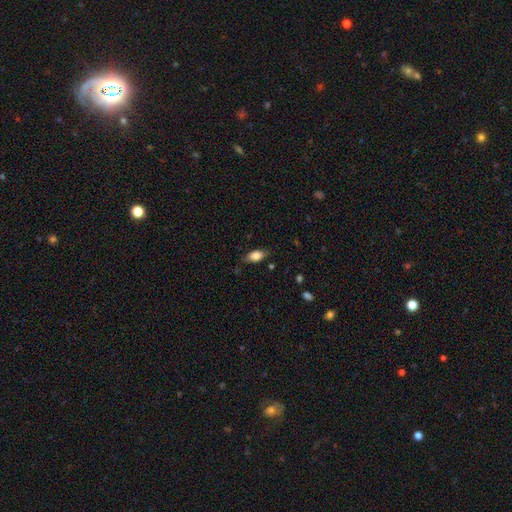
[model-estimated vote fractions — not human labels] Smooth or featured? Predicted: smooth (p=0.82). How rounded? Predicted: in between (p=0.89). Merging? Predicted: none (p=0.76).